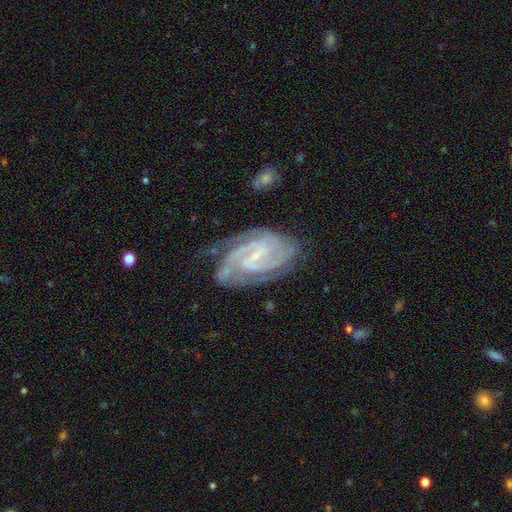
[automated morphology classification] Overall: featured or disk (91%). Edge-on disk: no (97%). Bar: weak (45%; no 34%). Spiral arms: yes (98%). Spiral arm count: 2 (36%; 3 30%). Spiral winding: tight (65%; medium 31%). Bulge size: small (77%). Merging: none (71%).